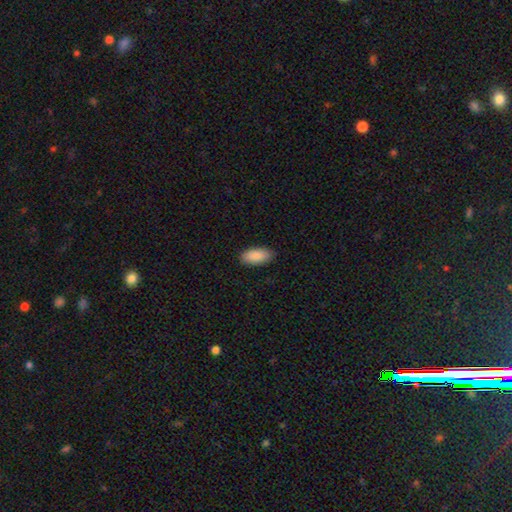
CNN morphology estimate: Smooth or featured? Predicted: smooth (p=0.90). How rounded? Predicted: in between (p=0.92). Merging? Predicted: none (p=0.87).